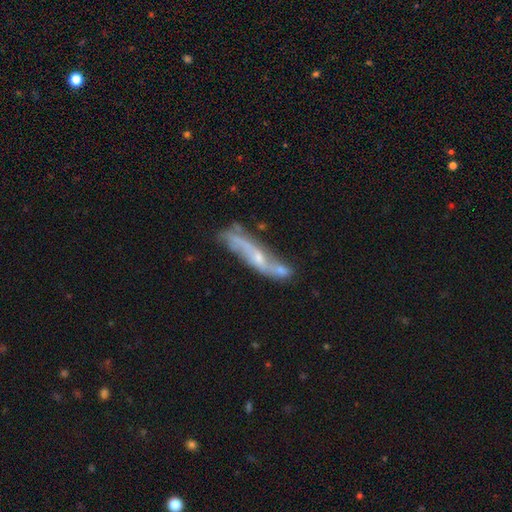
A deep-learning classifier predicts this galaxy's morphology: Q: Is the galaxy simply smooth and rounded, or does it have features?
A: featured or disk — 70%.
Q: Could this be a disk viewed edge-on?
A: no — 61%.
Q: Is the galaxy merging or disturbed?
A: none — 43%.